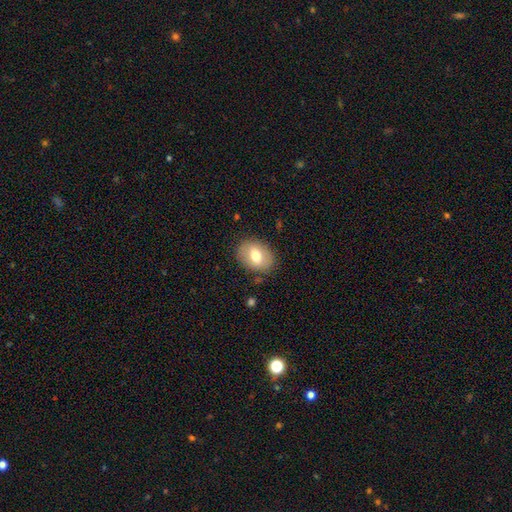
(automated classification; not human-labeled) Smooth or featured? smooth (68%)
How rounded? in between (69%)
Merging? none (83%)